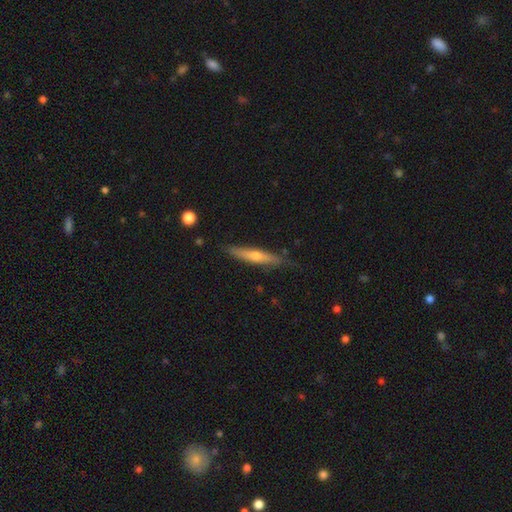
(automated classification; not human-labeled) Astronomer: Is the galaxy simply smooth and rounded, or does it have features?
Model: smooth — 47%, tied with featured or disk at 47%.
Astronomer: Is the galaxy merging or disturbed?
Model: none — 80%.